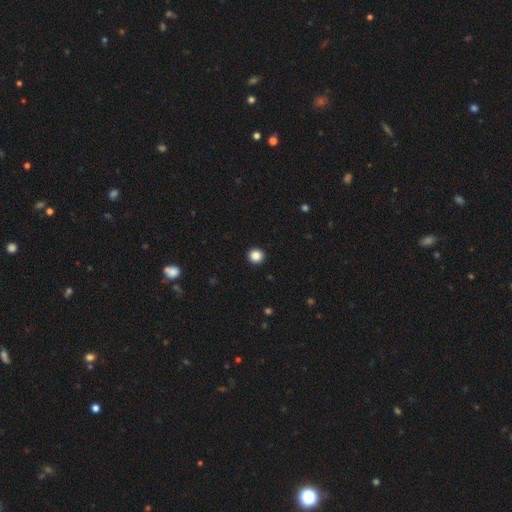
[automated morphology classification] smooth-or-featured: smooth: 86% | star or artifact: 10% | featured or disk: 3%
  how-rounded: round: 94% | in between: 5% | cigar-shaped: 1%
  merging: none: 94% | minor disturbance: 4% | major disturbance: 1% | merger: 1%